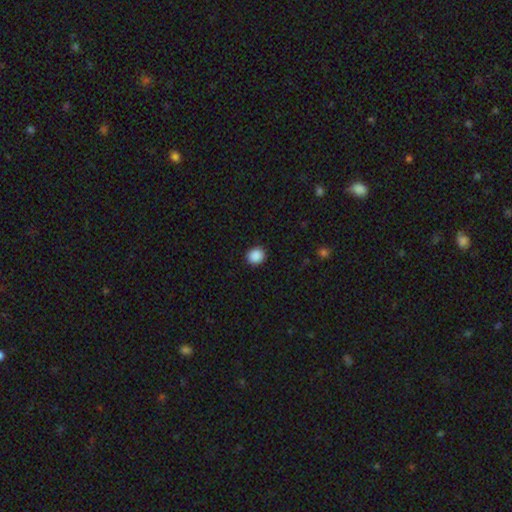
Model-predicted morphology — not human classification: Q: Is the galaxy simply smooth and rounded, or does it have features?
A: smooth — 89%.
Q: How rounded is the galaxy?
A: round — 81%.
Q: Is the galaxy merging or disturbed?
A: none — 91%.